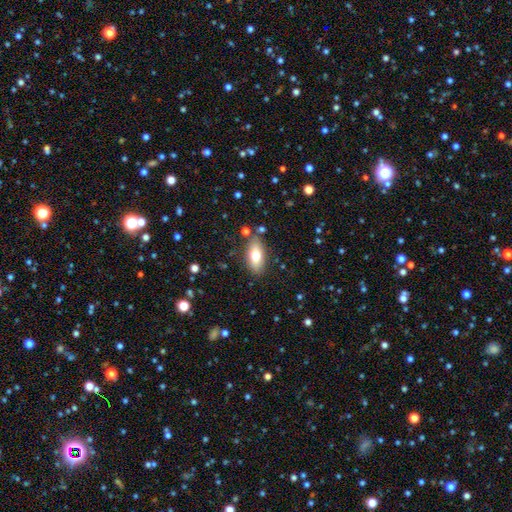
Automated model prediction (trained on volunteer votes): Overall: smooth (72%). How rounded: in between (85%). Merging: none (82%).